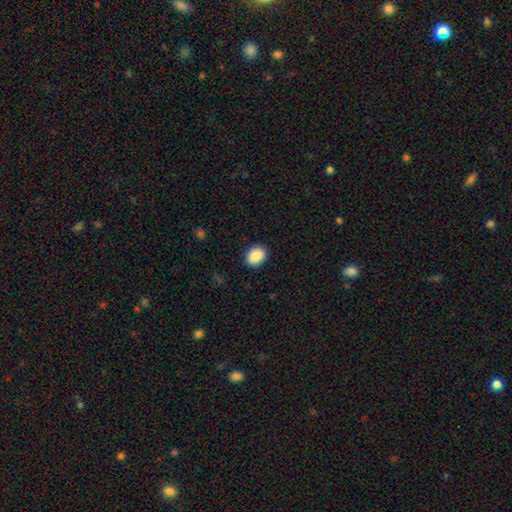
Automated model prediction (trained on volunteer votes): A smooth galaxy with no disk features (89%) that is in between round and cigar-shaped (64%). Merging: none (90%).